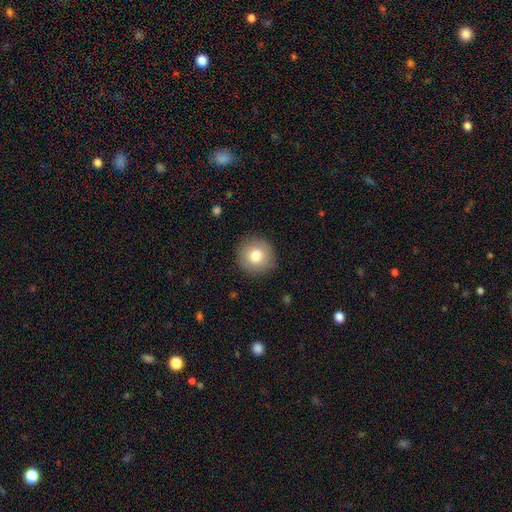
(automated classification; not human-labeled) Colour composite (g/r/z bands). It shows a smooth galaxy with no disk features (79%) that is round (94%). Merging: none (89%).